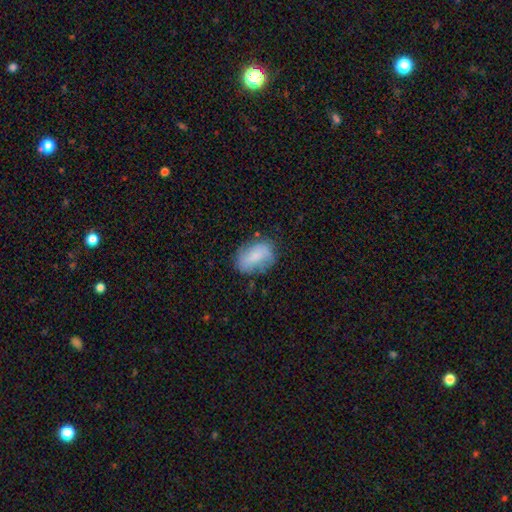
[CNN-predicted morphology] A smooth galaxy with no disk features (71%) that is in between round and cigar-shaped (86%).

Vote fractions:
- Smooth or featured? smooth: 71% / featured or disk: 22% / star or artifact: 8%
- How rounded? in between: 86% / round: 11% / cigar-shaped: 2%
- Merging? none: 64% / minor disturbance: 25% / major disturbance: 9% / merger: 2%